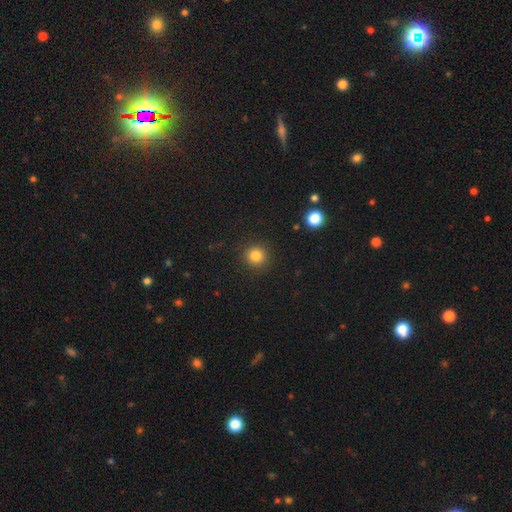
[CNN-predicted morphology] The model was most divided on "smooth or featured": smooth: 83%, star or artifact: 12%, featured or disk: 5%. More confident: how rounded — round (94%); merging — none (90%).